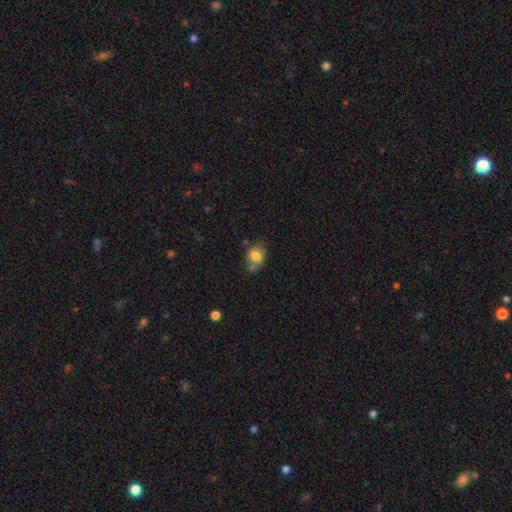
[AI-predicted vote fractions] Q: Smooth or featured?
A: smooth (78%); runner-up: featured or disk (12%)
Q: How rounded?
A: round (60%); runner-up: in between (39%)
Q: Merging?
A: none (49%); runner-up: merger (23%)